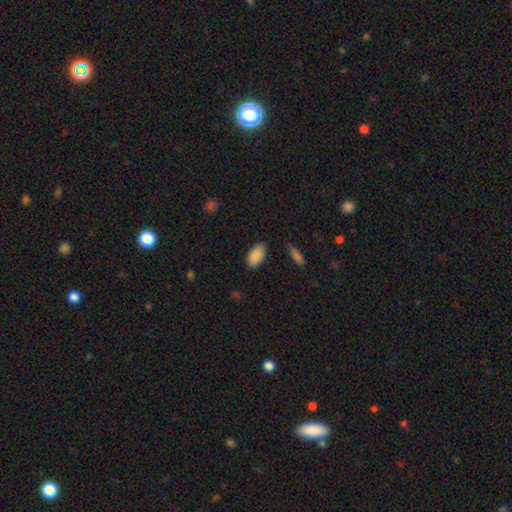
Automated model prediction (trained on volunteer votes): smooth-or-featured: smooth: 89% | star or artifact: 7% | featured or disk: 4%
  how-rounded: in between: 94% | round: 3% | cigar-shaped: 2%
  merging: none: 83% | minor disturbance: 13% | major disturbance: 3% | merger: 2%